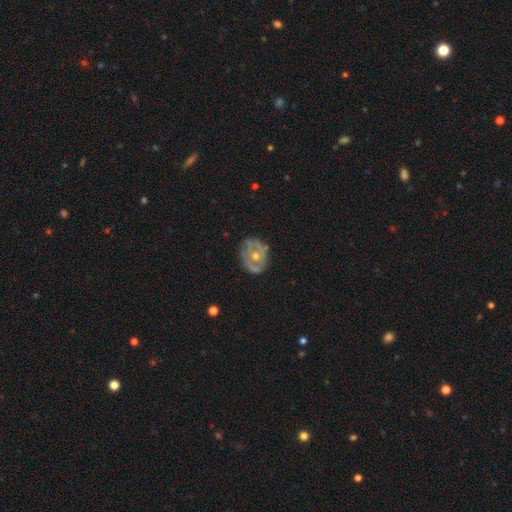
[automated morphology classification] This appears to be a featured or disk galaxy (71%) with no bar (71%), spiral arms (52%) and a moderate central bulge (66%). Merging: none (71%).